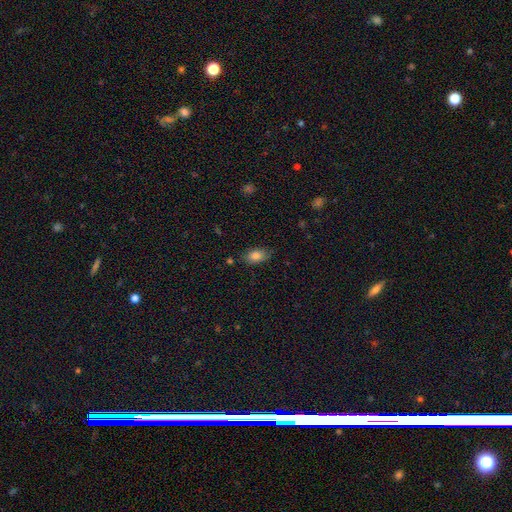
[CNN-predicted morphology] This appears to be a smooth galaxy with no disk features (83%) that is in between round and cigar-shaped (87%). Merging: none (77%).